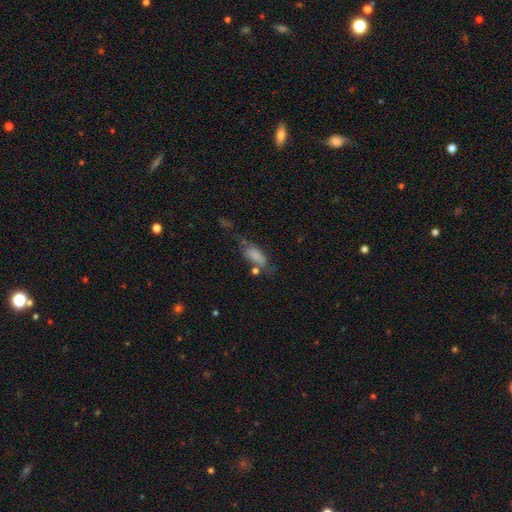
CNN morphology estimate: Q: Smooth or featured?
A: smooth (70%); runner-up: featured or disk (21%)
Q: How rounded?
A: in between (79%); runner-up: cigar-shaped (18%)
Q: Merging?
A: none (34%); runner-up: minor disturbance (26%)